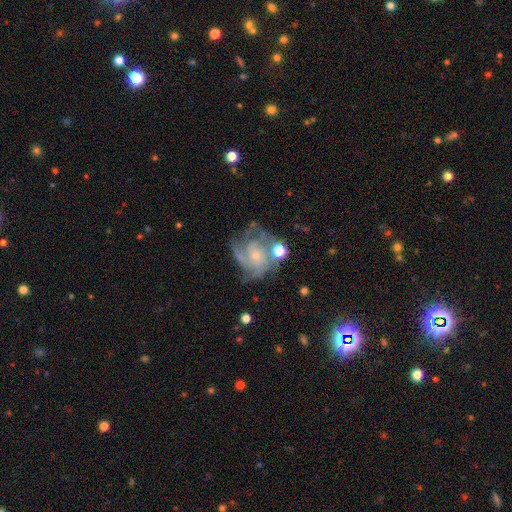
A featured or disk galaxy (95%) with no bar (74%), medium (48%) spiral arms (85%) and a small central bulge (79%). Merging: none (43%).